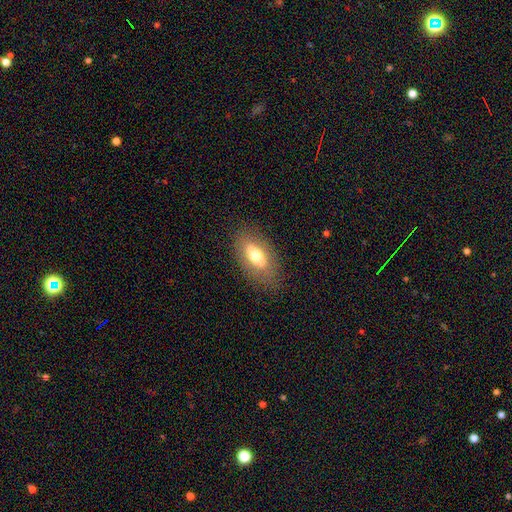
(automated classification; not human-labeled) smooth 62%, featured or disk 30%, star or artifact 8%. Down the decision tree: how rounded — in between (87%); merging — none (81%).